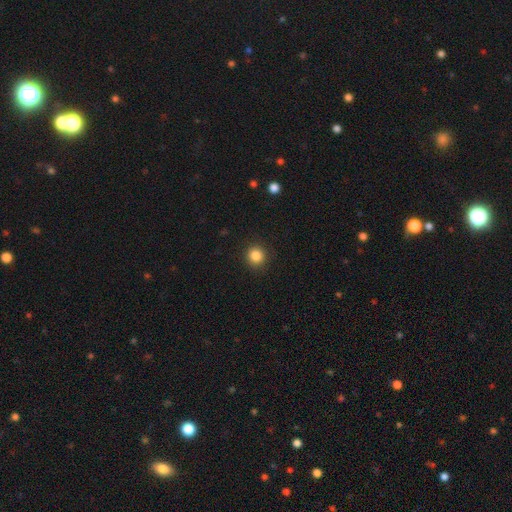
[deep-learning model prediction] Smooth or featured? Predicted: smooth (p=0.85). How rounded? Predicted: round (p=0.93). Merging? Predicted: none (p=0.92).